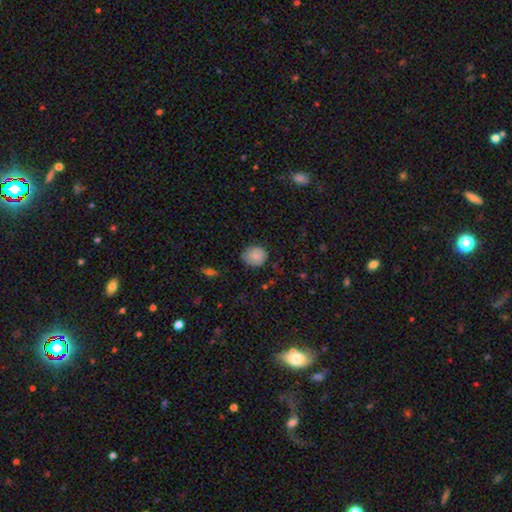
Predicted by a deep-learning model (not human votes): This is clearly a smooth galaxy (82%). How rounded: likely round (79%). Merging: likely none (78%).